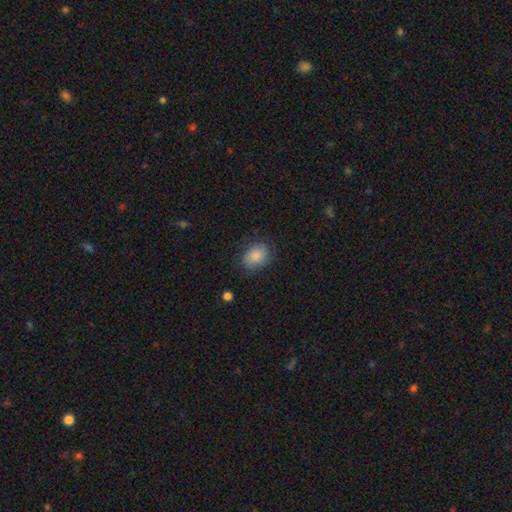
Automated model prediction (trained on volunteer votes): Smooth or featured? smooth (85%)
How rounded? in between (65%)
Merging? none (79%)